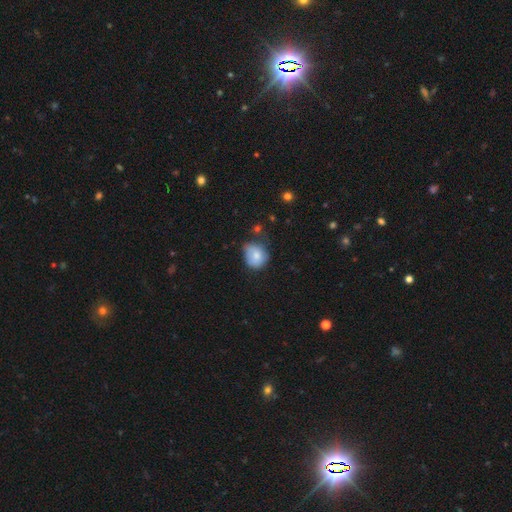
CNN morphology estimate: smooth-or-featured: smooth: 75% | featured or disk: 17% | star or artifact: 8%
  how-rounded: round: 65% | in between: 35% | cigar-shaped: 1%
  merging: none: 45% | minor disturbance: 39% | major disturbance: 12% | merger: 5%